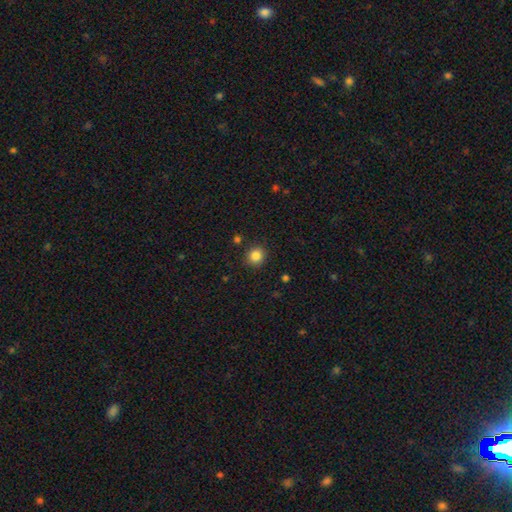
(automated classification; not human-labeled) Smooth or featured: smooth — 85% (star or artifact — 11%)
How rounded: round — 89% (in between — 11%)
Merging: none — 88% (minor disturbance — 7%)